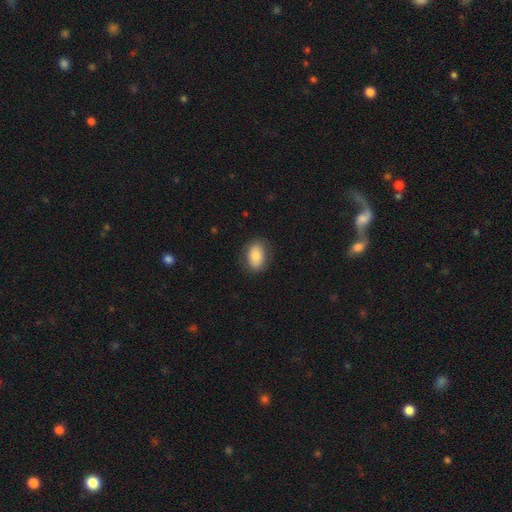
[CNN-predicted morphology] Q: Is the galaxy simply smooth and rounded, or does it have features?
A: smooth — 82%.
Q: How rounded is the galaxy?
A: in between — 83%.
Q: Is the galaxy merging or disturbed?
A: none — 84%.